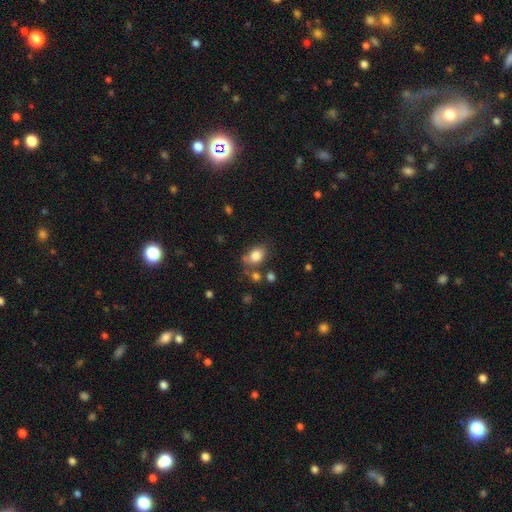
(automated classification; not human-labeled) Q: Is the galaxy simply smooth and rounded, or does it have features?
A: smooth — 82%.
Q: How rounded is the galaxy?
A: in between — 69%.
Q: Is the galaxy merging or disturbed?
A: none — 66%.